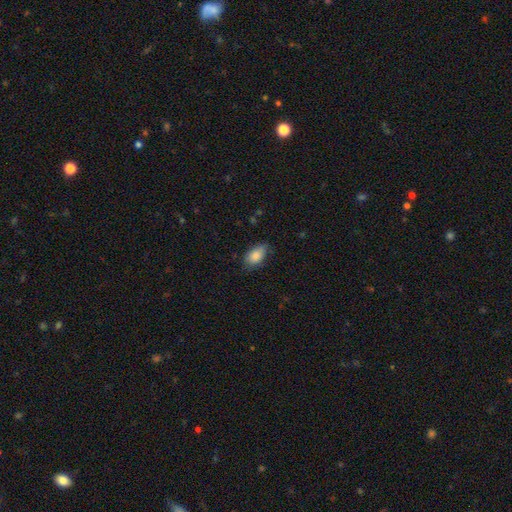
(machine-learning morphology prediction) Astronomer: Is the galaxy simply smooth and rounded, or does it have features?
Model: smooth — 86%.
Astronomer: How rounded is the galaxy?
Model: in between — 92%.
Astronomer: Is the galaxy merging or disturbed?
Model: none — 69%.